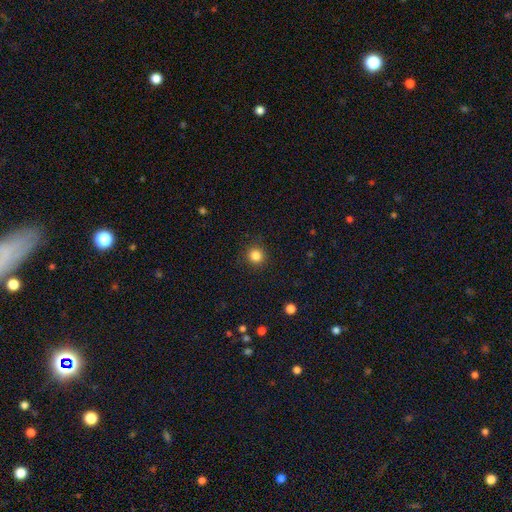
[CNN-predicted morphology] Smooth or featured? Predicted: smooth (p=0.84). How rounded? Predicted: round (p=0.93). Merging? Predicted: none (p=0.91).